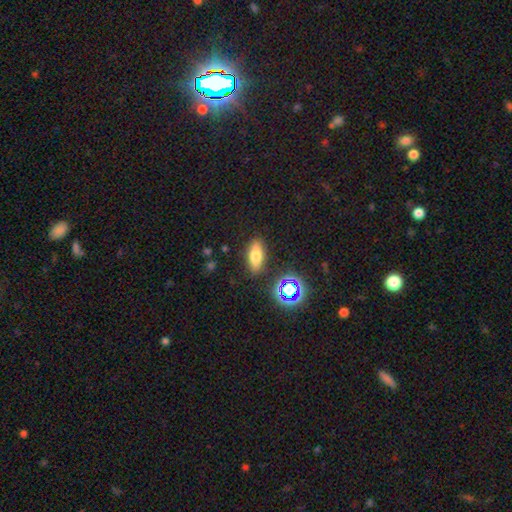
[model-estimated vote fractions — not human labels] Smooth or featured: smooth — 69% (featured or disk — 16%)
How rounded: in between — 71% (cigar-shaped — 22%)
Merging: none — 86% (minor disturbance — 9%)